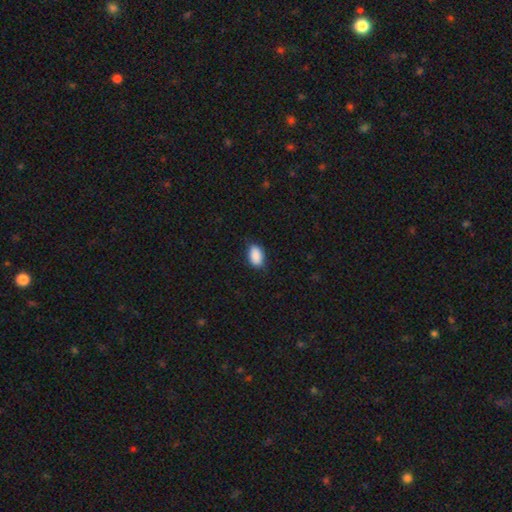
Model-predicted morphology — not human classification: A smooth galaxy with no disk features (90%) that is in between round and cigar-shaped (92%).

Vote fractions:
- Smooth or featured? smooth: 90% / star or artifact: 7% / featured or disk: 3%
- How rounded? in between: 92% / round: 7% / cigar-shaped: 2%
- Merging? none: 81% / minor disturbance: 15% / major disturbance: 3% / merger: 1%